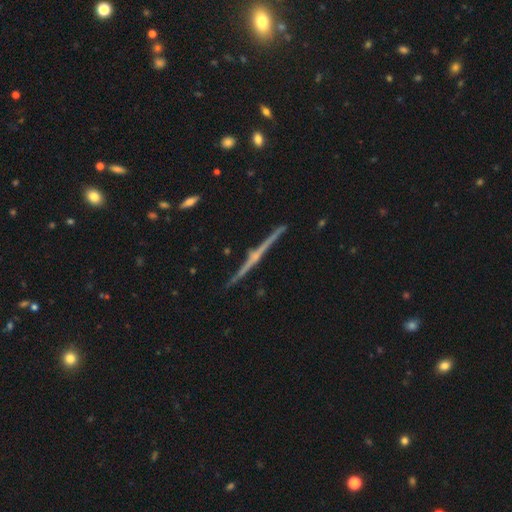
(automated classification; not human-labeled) Morphology: type=featured or disk (85%); edge-on=yes (98%); edge-on bulge=rounded (71%); merging=none (91%).